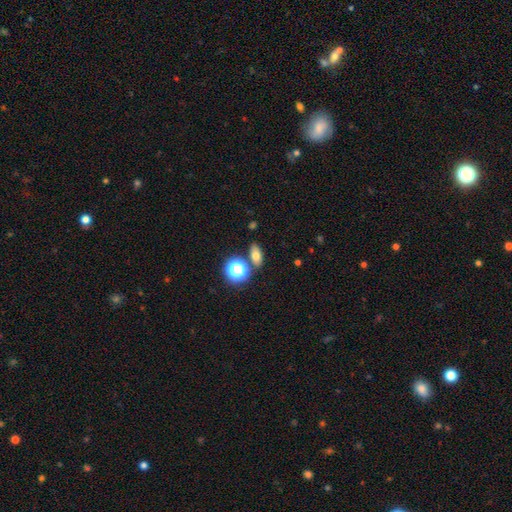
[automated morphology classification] smooth-or-featured: smooth: 69% | star or artifact: 17% | featured or disk: 14%
  how-rounded: in between: 73% | round: 20% | cigar-shaped: 7%
  merging: none: 76% | minor disturbance: 11% | merger: 10% | major disturbance: 3%